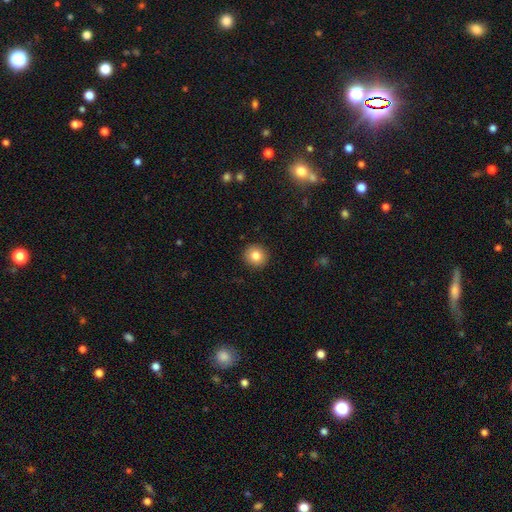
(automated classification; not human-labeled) The model was most divided on "smooth or featured": smooth: 82%, star or artifact: 10%, featured or disk: 8%. More confident: merging — none (92%); how rounded — round (91%).